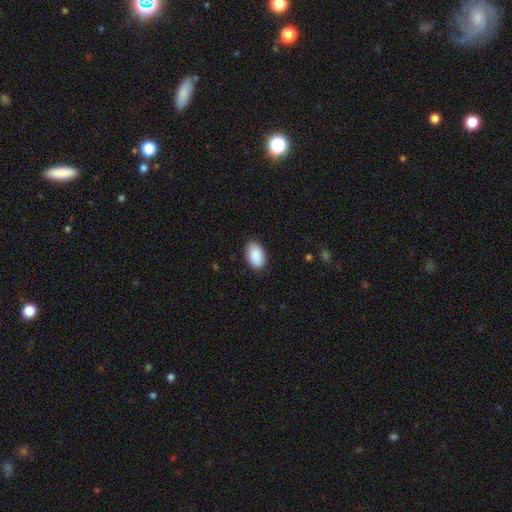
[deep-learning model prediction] Smooth or featured? smooth (91%)
How rounded? in between (94%)
Merging? none (86%)